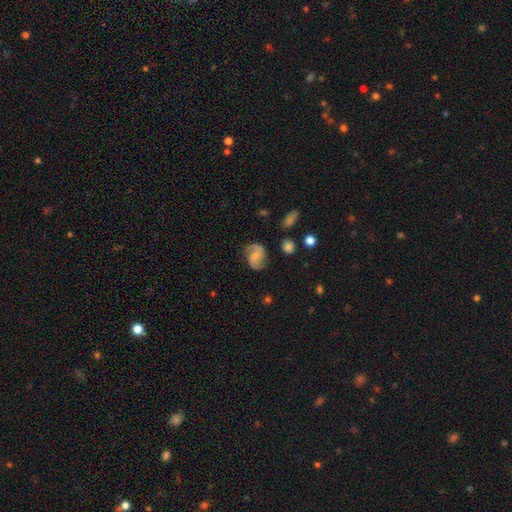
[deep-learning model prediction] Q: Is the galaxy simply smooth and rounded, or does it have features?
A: featured or disk — 64%.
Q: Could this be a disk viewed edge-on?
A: no — 98%.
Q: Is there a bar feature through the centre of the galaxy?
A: no — 52%.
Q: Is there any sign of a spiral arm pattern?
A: yes — 93%.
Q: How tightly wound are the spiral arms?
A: medium — 44%.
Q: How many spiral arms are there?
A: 2 — 87%.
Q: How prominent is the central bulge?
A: small — 51%.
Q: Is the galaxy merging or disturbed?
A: none — 69%.